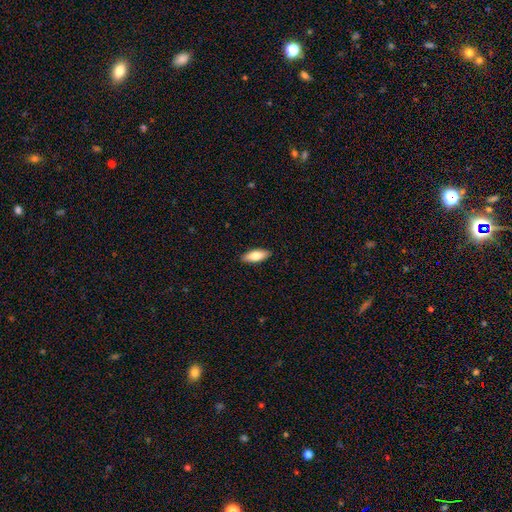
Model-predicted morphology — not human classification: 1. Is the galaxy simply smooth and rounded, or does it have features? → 78% smooth, 16% featured or disk, 6% star or artifact.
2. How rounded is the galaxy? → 71% in between, 26% cigar-shaped, 2% round.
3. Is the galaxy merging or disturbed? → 89% none, 8% minor disturbance, 2% major disturbance, 1% merger.